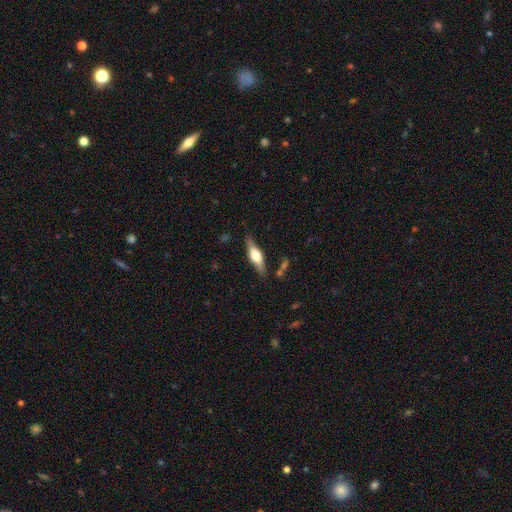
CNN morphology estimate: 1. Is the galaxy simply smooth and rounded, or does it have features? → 59% featured or disk, 35% smooth, 6% star or artifact.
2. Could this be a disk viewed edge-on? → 93% yes, 7% no.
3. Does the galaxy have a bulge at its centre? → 89% rounded, 9% boxy, 2% none.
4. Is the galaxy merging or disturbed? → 81% none, 13% minor disturbance, 3% major disturbance, 3% merger.